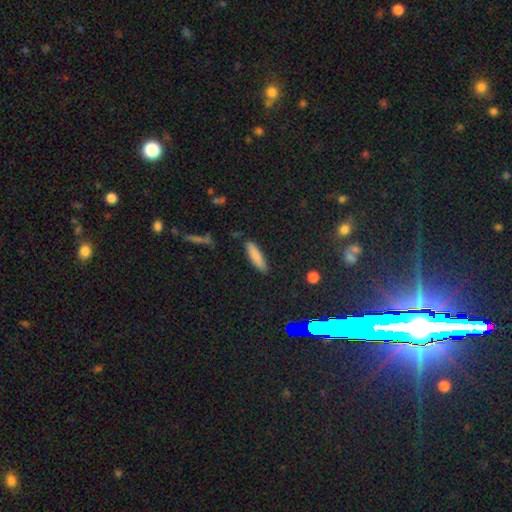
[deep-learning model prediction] Smooth or featured?
  - smooth: 84% *
  - featured or disk: 8%
  - star or artifact: 7%
How rounded?
  - cigar-shaped: 67% *
  - in between: 31%
  - round: 2%
Merging?
  - none: 86% *
  - minor disturbance: 10%
  - major disturbance: 2%
  - merger: 2%